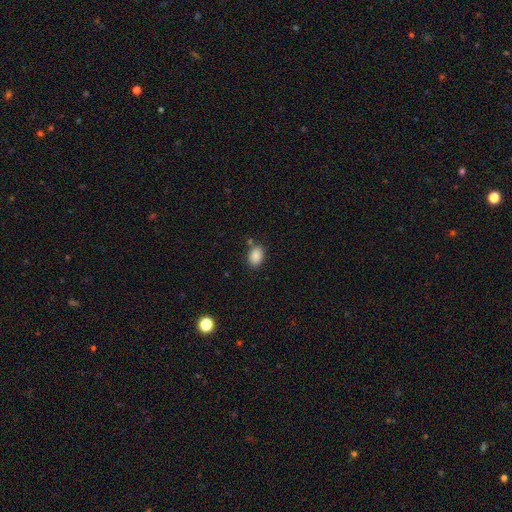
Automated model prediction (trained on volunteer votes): This is clearly a smooth galaxy (87%). How rounded: likely in between (75%). Merging: likely none (77%).